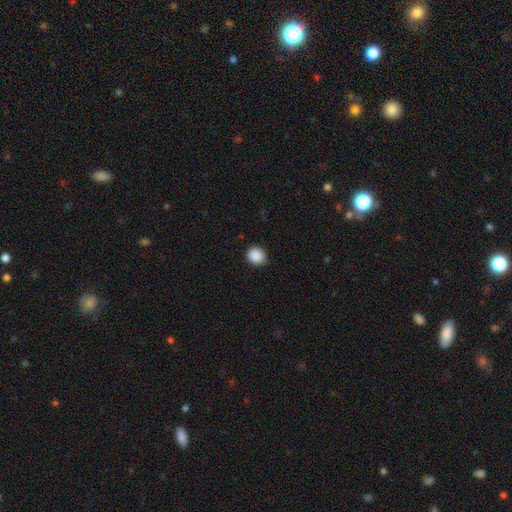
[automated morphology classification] A smooth galaxy with no disk features (89%) that is round (88%). Merging: none (86%).